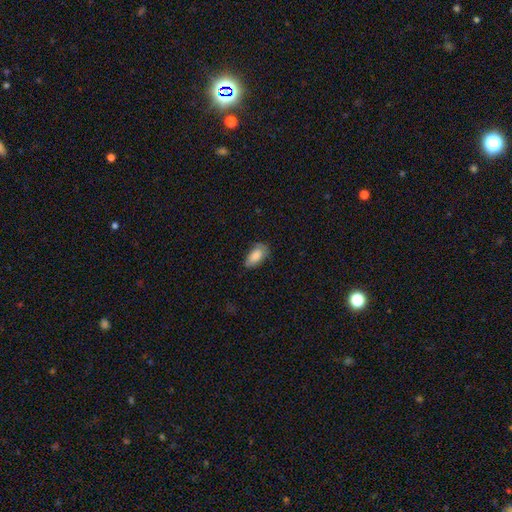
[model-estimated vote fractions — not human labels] Smooth or featured: smooth — 83% (featured or disk — 10%)
How rounded: in between — 93% (cigar-shaped — 4%)
Merging: none — 67% (minor disturbance — 26%)